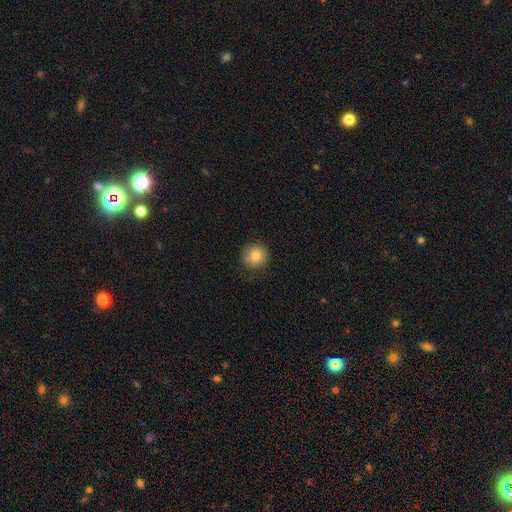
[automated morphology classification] Q: Smooth or featured?
A: smooth (81%); runner-up: star or artifact (9%)
Q: How rounded?
A: round (93%); runner-up: in between (6%)
Q: Merging?
A: none (84%); runner-up: minor disturbance (12%)